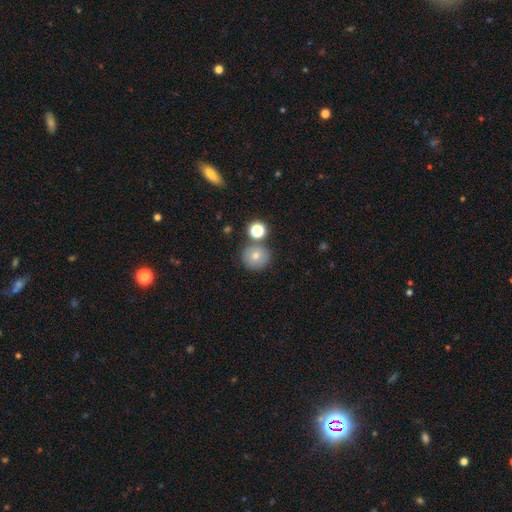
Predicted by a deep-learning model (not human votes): Smooth or featured?
  - smooth: 75% *
  - featured or disk: 13%
  - star or artifact: 13%
How rounded?
  - round: 92% *
  - in between: 7%
  - cigar-shaped: 1%
Merging?
  - none: 73% *
  - merger: 15%
  - minor disturbance: 9%
  - major disturbance: 3%